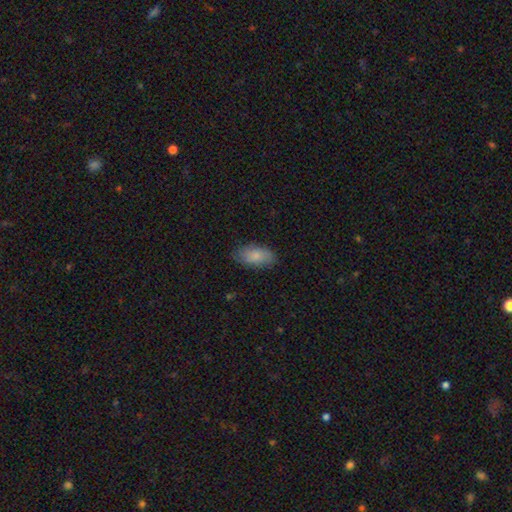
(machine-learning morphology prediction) Q: Smooth or featured?
A: smooth (83%); runner-up: featured or disk (11%)
Q: How rounded?
A: in between (92%); runner-up: cigar-shaped (5%)
Q: Merging?
A: none (82%); runner-up: minor disturbance (14%)